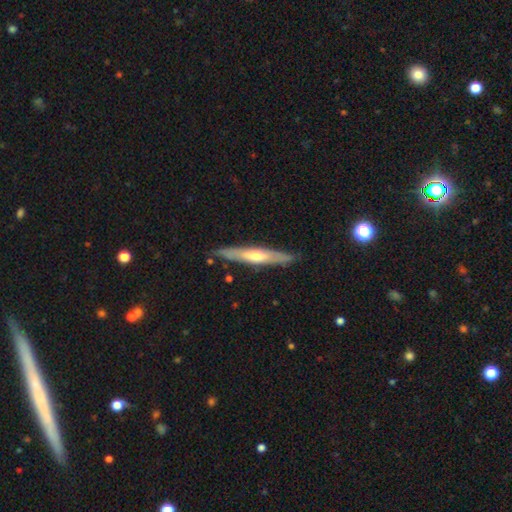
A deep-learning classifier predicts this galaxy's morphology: Smooth or featured?
  - featured or disk: 60% *
  - smooth: 34%
  - star or artifact: 6%
Edge-on disk?
  - yes: 90% *
  - no: 10%
Edge-on bulge?
  - rounded: 73% *
  - none: 23%
  - boxy: 5%
Merging?
  - none: 87% *
  - minor disturbance: 10%
  - major disturbance: 2%
  - merger: 2%